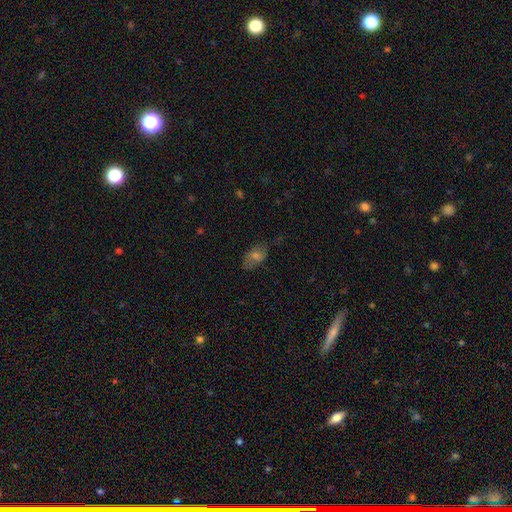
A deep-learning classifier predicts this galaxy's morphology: The model was most divided on "smooth or featured": smooth: 49%, featured or disk: 33%, star or artifact: 18%. More confident: merging — none (68%).